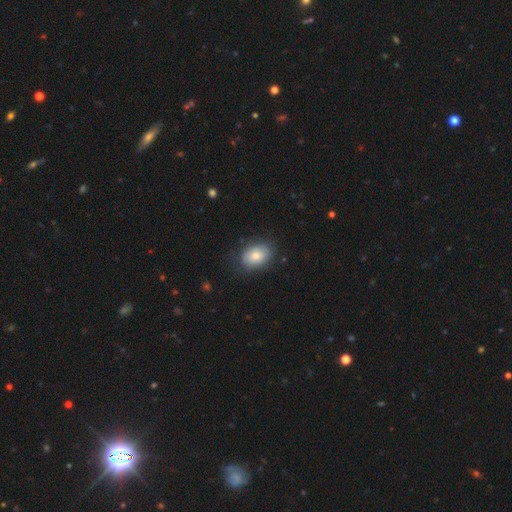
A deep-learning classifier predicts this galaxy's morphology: Overall: smooth (75%). How rounded: in between (72%). Merging: none (74%).